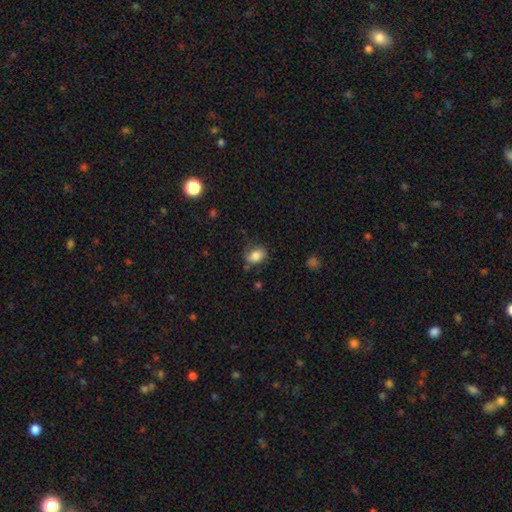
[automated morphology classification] smooth-or-featured: smooth: 80% | featured or disk: 12% | star or artifact: 9%
  how-rounded: in between: 74% | round: 25% | cigar-shaped: 1%
  merging: none: 65% | minor disturbance: 25% | major disturbance: 8% | merger: 3%